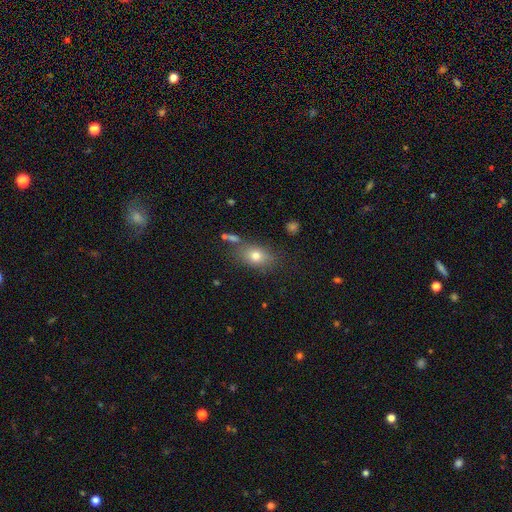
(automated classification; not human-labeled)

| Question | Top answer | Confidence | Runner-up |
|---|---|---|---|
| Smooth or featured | smooth | 75% | featured or disk (14%) |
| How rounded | in between | 75% | round (22%) |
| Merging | none | 73% | minor disturbance (15%) |